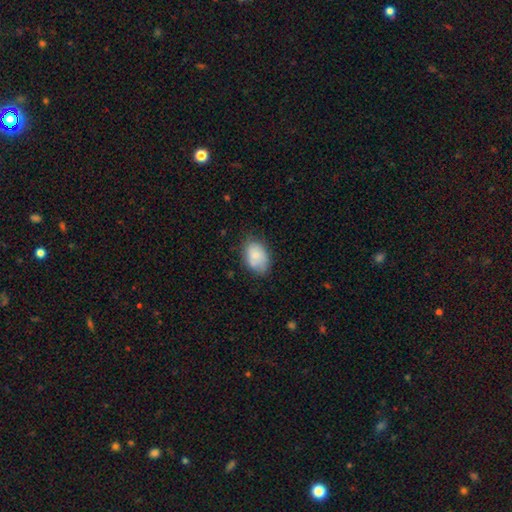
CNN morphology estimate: Smooth or featured? smooth (79%)
How rounded? in between (86%)
Merging? none (67%)